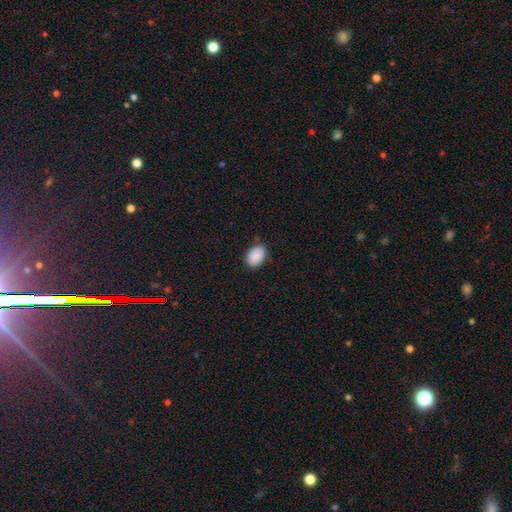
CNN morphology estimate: smooth 90%, star or artifact 7%, featured or disk 3%. Down the decision tree: how rounded — in between (82%); merging — none (81%).